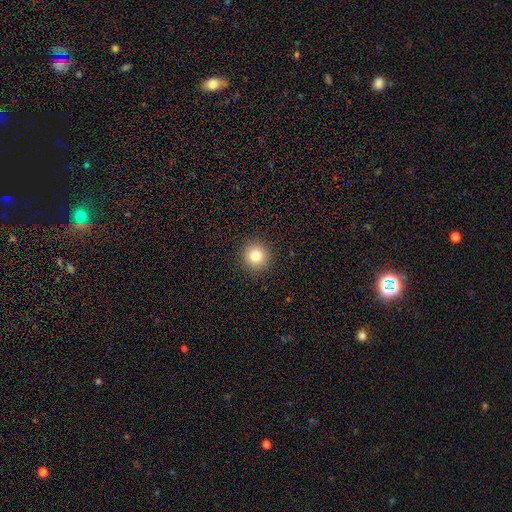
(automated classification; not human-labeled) Smooth or featured?
  - smooth: 81% *
  - star or artifact: 12%
  - featured or disk: 8%
How rounded?
  - round: 94% *
  - in between: 5%
  - cigar-shaped: 1%
Merging?
  - none: 91% *
  - minor disturbance: 6%
  - major disturbance: 2%
  - merger: 1%